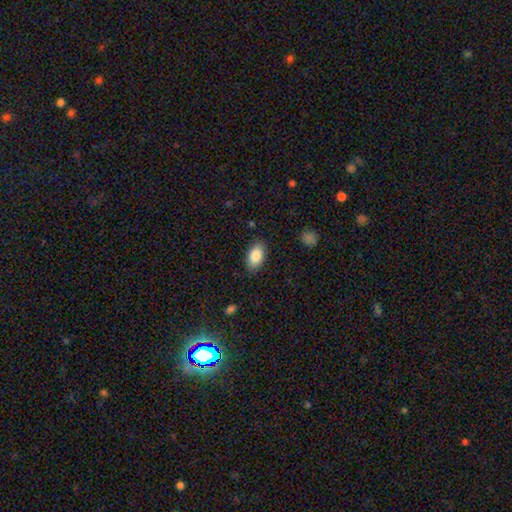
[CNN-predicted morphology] Smooth or featured: smooth — 86% (featured or disk — 7%)
How rounded: in between — 93% (round — 5%)
Merging: none — 85% (minor disturbance — 11%)